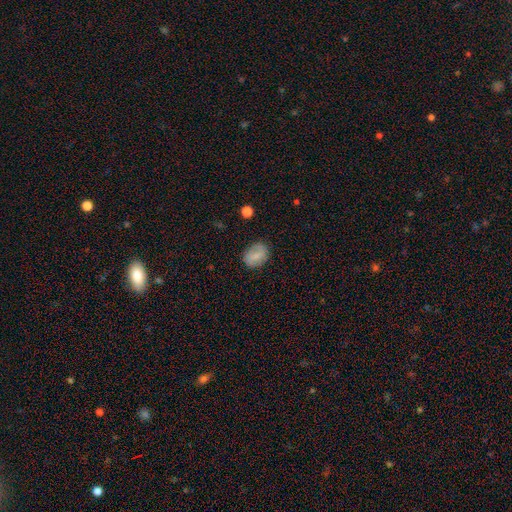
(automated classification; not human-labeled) smooth-or-featured: smooth: 75% | featured or disk: 17% | star or artifact: 8%
  how-rounded: in between: 65% | round: 34% | cigar-shaped: 1%
  merging: none: 80% | minor disturbance: 14% | major disturbance: 4% | merger: 1%